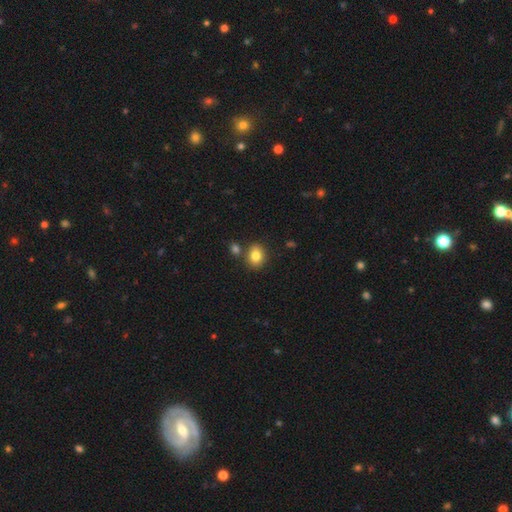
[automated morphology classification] Smooth or featured: smooth — 82% (star or artifact — 10%)
How rounded: round — 52% (in between — 47%)
Merging: none — 73% (merger — 13%)